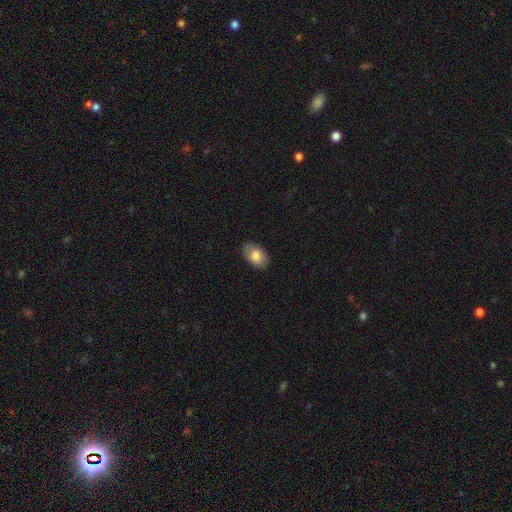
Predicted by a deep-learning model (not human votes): A smooth galaxy with no disk features (81%) that is in between round and cigar-shaped (90%). Merging: none (85%).